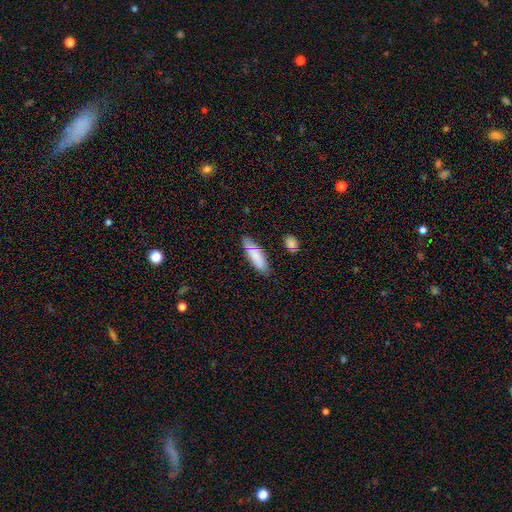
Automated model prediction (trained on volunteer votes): A smooth galaxy with no disk features (82%) that is cigar-shaped (51%).

Vote fractions:
- Smooth or featured? smooth: 82% / featured or disk: 12% / star or artifact: 7%
- How rounded? cigar-shaped: 51% / in between: 47% / round: 2%
- Merging? none: 78% / minor disturbance: 16% / merger: 3% / major disturbance: 3%